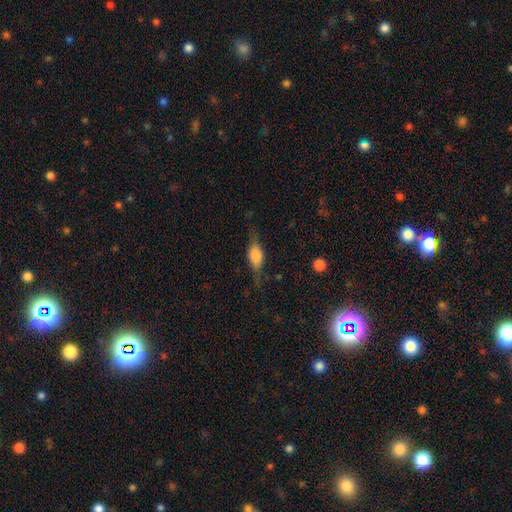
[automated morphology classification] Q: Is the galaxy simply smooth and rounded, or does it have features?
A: smooth — 49%.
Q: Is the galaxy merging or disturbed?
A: none — 65%.